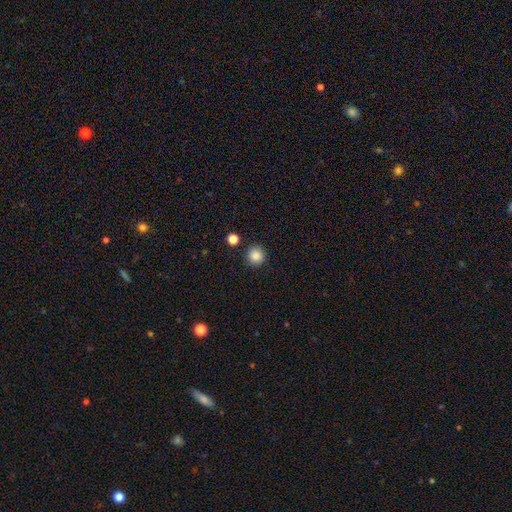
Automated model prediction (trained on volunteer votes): smooth 87%, star or artifact 10%, featured or disk 3%. Down the decision tree: how rounded — round (94%); merging — none (89%).